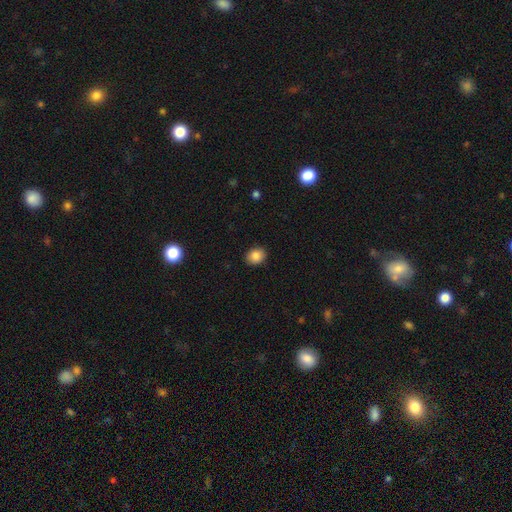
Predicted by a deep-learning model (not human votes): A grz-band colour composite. It shows a smooth galaxy with no disk features (85%) that is round (58%). Merging: none (89%).